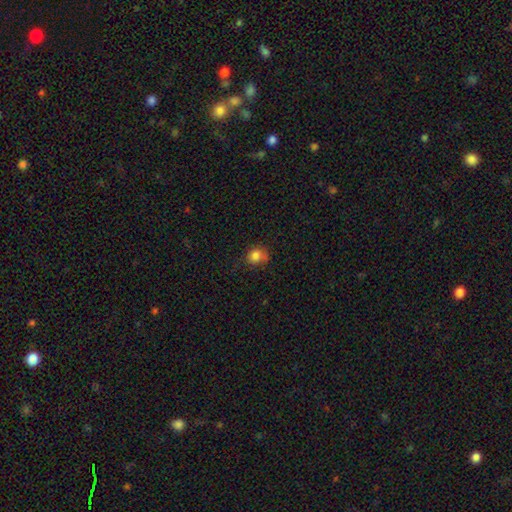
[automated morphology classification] Q: Smooth or featured?
A: smooth (82%); runner-up: star or artifact (11%)
Q: How rounded?
A: round (71%); runner-up: in between (28%)
Q: Merging?
A: none (62%); runner-up: minor disturbance (26%)